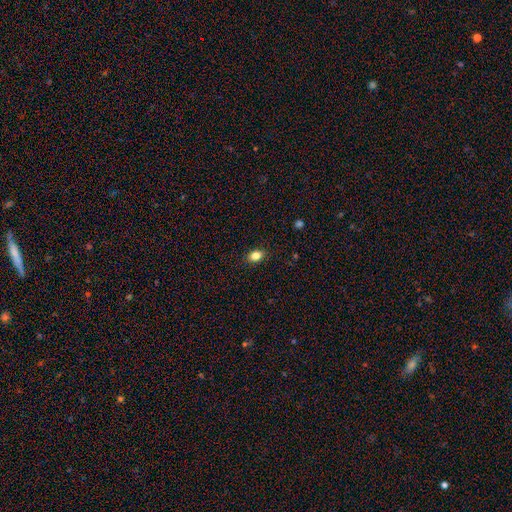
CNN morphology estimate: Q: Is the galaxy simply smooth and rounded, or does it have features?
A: smooth — 84%.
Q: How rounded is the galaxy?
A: in between — 75%.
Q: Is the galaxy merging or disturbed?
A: none — 88%.